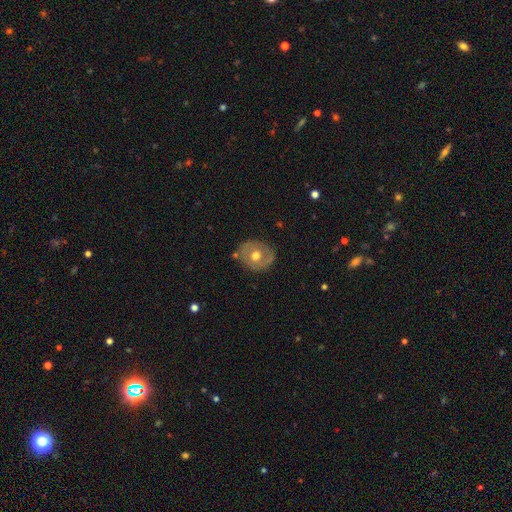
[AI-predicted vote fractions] A featured or disk galaxy (49%).

Vote fractions:
- Smooth or featured? featured or disk: 49% / smooth: 45% / star or artifact: 7%
- Merging? none: 77% / minor disturbance: 15% / major disturbance: 4% / merger: 3%